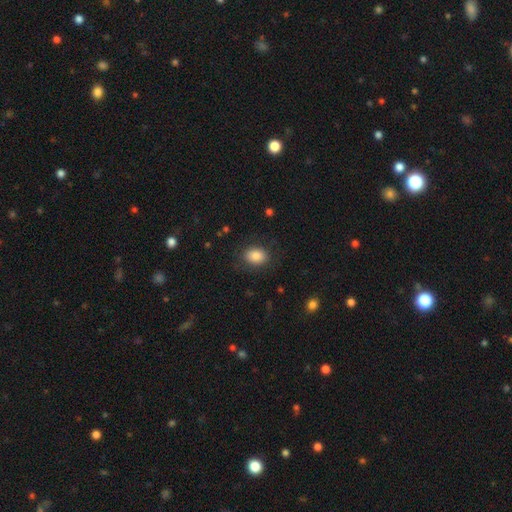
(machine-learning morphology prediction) A smooth galaxy with no disk features (85%) that is in between round and cigar-shaped (69%). Merging: none (82%).